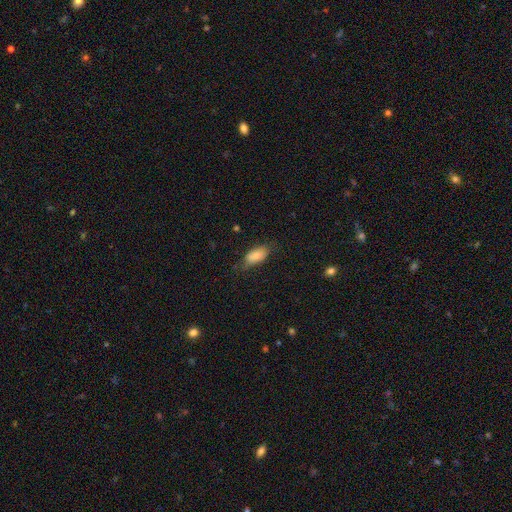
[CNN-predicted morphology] Smooth or featured?
  - smooth: 82% *
  - featured or disk: 11%
  - star or artifact: 7%
How rounded?
  - in between: 88% *
  - cigar-shaped: 8%
  - round: 3%
Merging?
  - none: 66% *
  - minor disturbance: 25%
  - major disturbance: 8%
  - merger: 1%